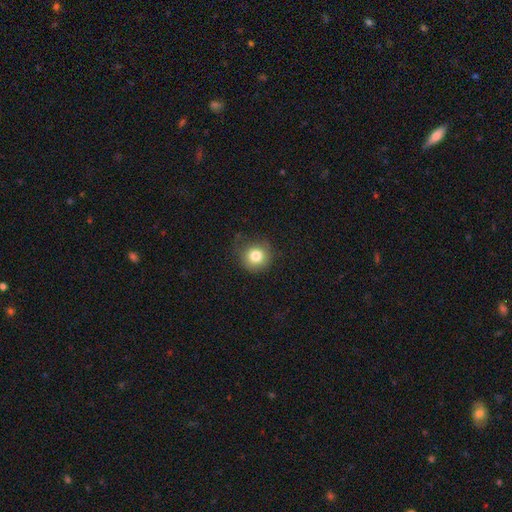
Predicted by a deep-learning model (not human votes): Smooth or featured? Predicted: smooth (p=0.81). How rounded? Predicted: round (p=0.91). Merging? Predicted: none (p=0.76).